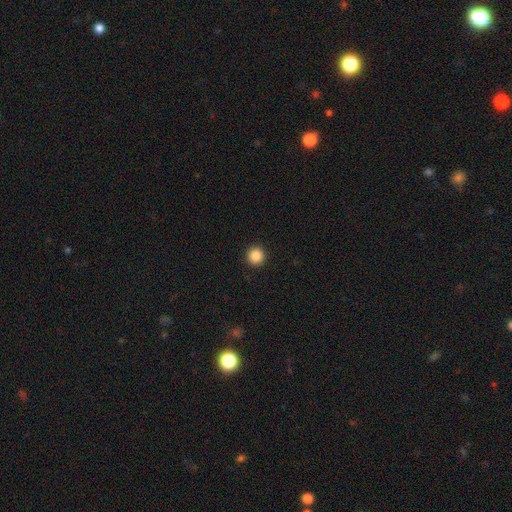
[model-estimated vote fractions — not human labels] This is clearly a smooth galaxy (88%). How rounded: clearly round (95%). Merging: clearly none (93%).